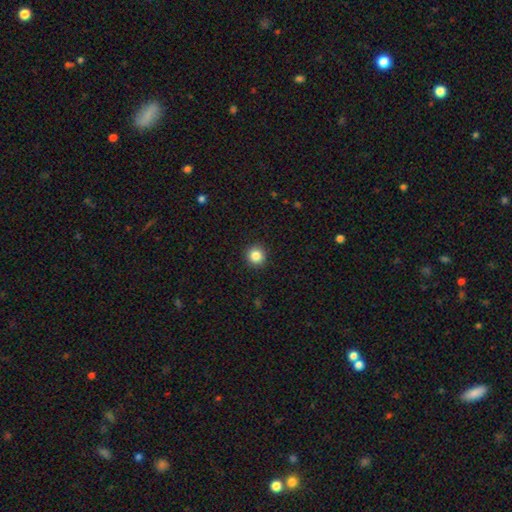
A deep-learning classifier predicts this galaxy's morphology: This is clearly a smooth galaxy (85%). How rounded: clearly round (95%). Merging: clearly none (93%).